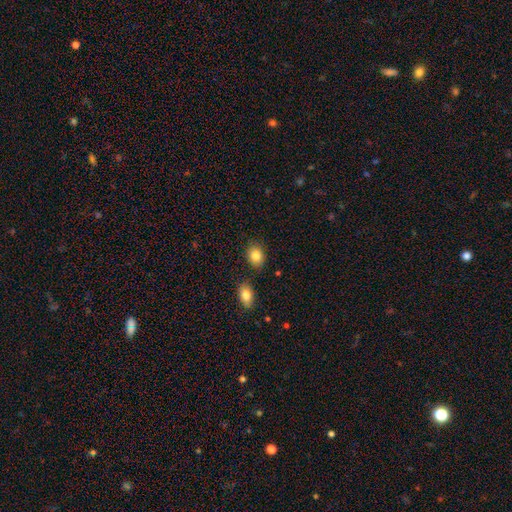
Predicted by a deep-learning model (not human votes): smooth-or-featured: smooth: 85% | star or artifact: 8% | featured or disk: 7%
  how-rounded: in between: 65% | round: 34% | cigar-shaped: 1%
  merging: none: 82% | minor disturbance: 10% | merger: 5% | major disturbance: 2%